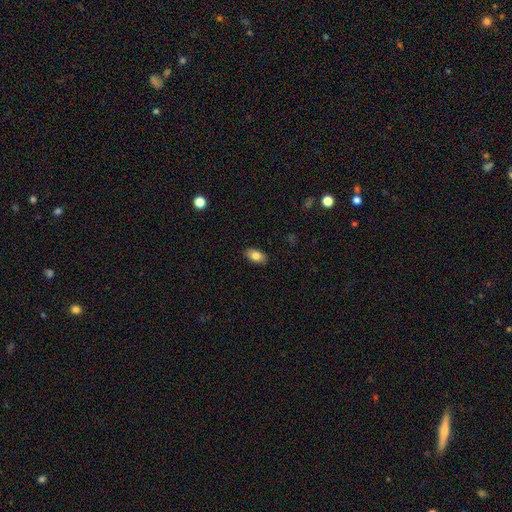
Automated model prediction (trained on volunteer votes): A smooth galaxy with no disk features (82%) that is in between round and cigar-shaped (91%). Merging: none (88%).